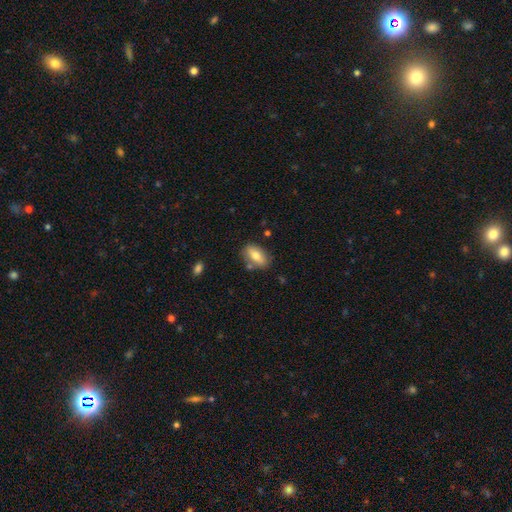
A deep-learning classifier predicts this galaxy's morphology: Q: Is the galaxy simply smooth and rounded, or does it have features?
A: smooth — 76%.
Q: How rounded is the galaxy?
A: in between — 89%.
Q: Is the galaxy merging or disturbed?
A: none — 75%.